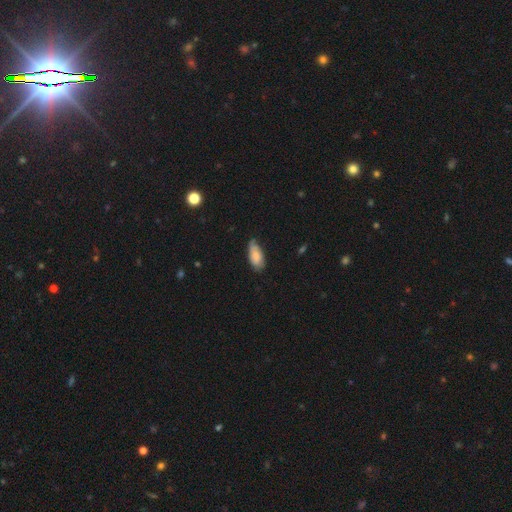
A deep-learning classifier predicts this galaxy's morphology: smooth-or-featured: smooth: 76% | featured or disk: 17% | star or artifact: 7%
  how-rounded: in between: 90% | cigar-shaped: 8% | round: 2%
  merging: none: 57% | minor disturbance: 35% | major disturbance: 7% | merger: 2%